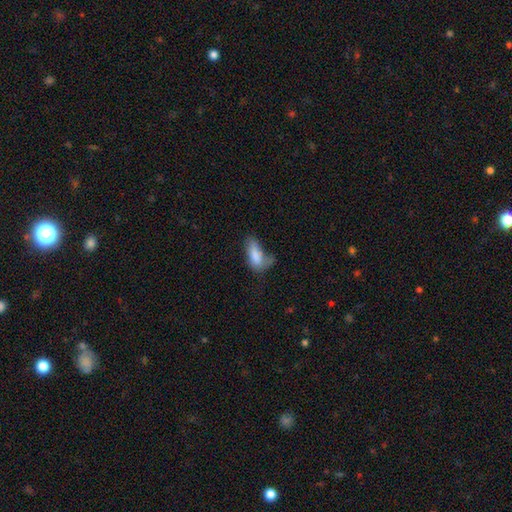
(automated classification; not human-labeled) smooth_or_featured: smooth (p=0.78) [alt: featured or disk p=0.13]
how_rounded: in between (p=0.83) [alt: cigar-shaped p=0.14]
merging: minor disturbance (p=0.30) [alt: major disturbance p=0.29]